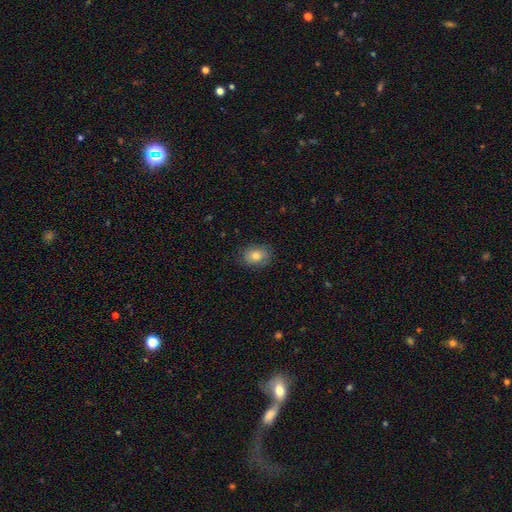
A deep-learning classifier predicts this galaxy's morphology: Smooth or featured: smooth — 78% (featured or disk — 13%)
How rounded: in between — 79% (round — 20%)
Merging: none — 81% (minor disturbance — 15%)